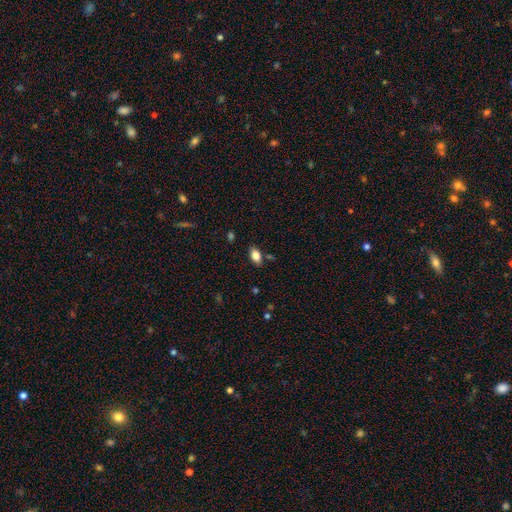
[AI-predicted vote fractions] A smooth galaxy with no disk features (82%) that is in between round and cigar-shaped (89%). Merging: none (81%).